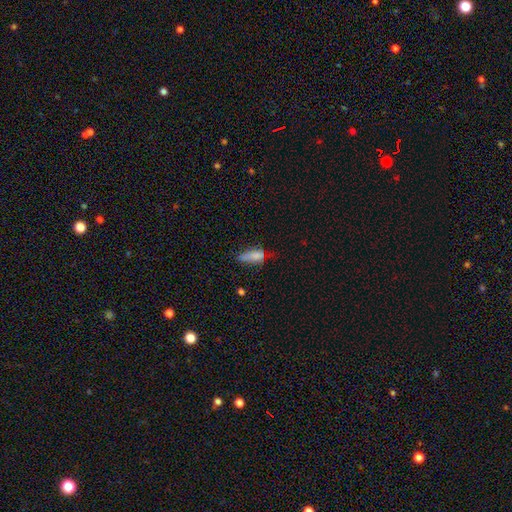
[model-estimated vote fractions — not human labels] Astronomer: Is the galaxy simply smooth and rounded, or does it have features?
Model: smooth — 74%.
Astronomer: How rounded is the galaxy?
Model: in between — 75%.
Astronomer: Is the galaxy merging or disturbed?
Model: minor disturbance — 36% (runner-up: none, 34%).